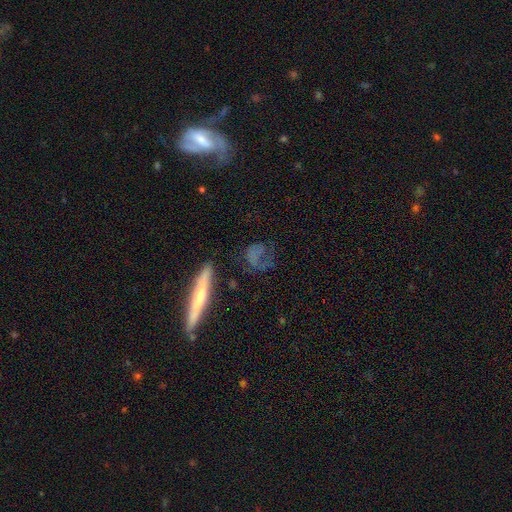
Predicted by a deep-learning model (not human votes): A smooth galaxy with no disk features (49%). Merging: none (47%).